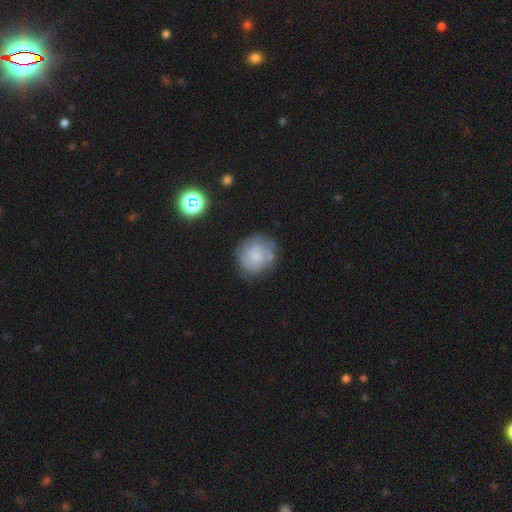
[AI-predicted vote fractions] smooth_or_featured: smooth (p=0.51) [alt: featured or disk p=0.39]
how_rounded: round (p=0.82) [alt: in between p=0.17]
merging: none (p=0.67) [alt: minor disturbance p=0.20]